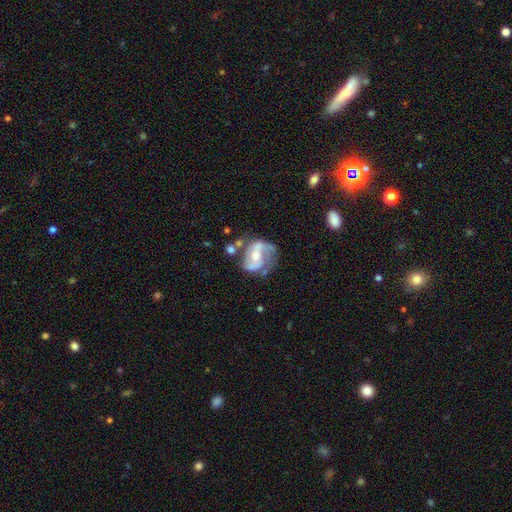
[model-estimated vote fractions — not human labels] Smooth or featured? featured or disk (85%)
Edge-on disk? no (98%)
Bar? no (44%)
Spiral arms? yes (94%)
Spiral winding? medium (49%)
Spiral arm count? 2 (78%)
Bulge size? moderate (60%)
Merging? none (55%)